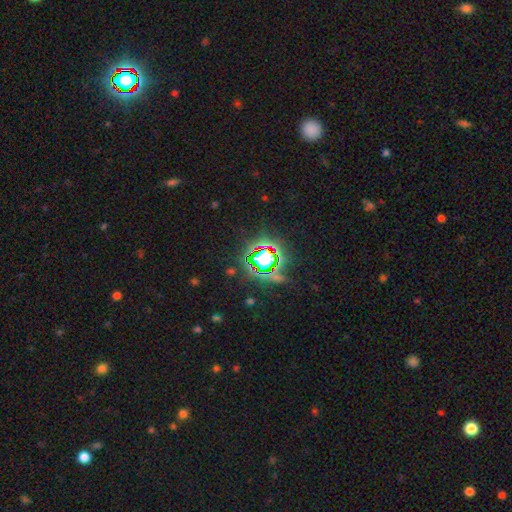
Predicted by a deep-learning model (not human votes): star or artifact 74%, smooth 15%, featured or disk 10%.